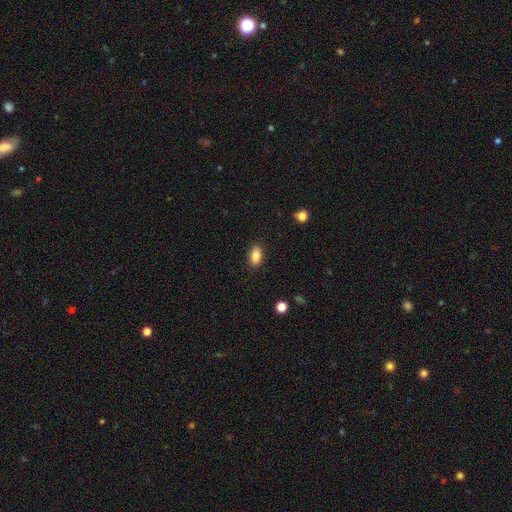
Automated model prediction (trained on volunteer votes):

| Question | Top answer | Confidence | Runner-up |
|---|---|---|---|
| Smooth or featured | smooth | 85% | star or artifact (8%) |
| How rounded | in between | 90% | round (7%) |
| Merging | none | 88% | minor disturbance (9%) |